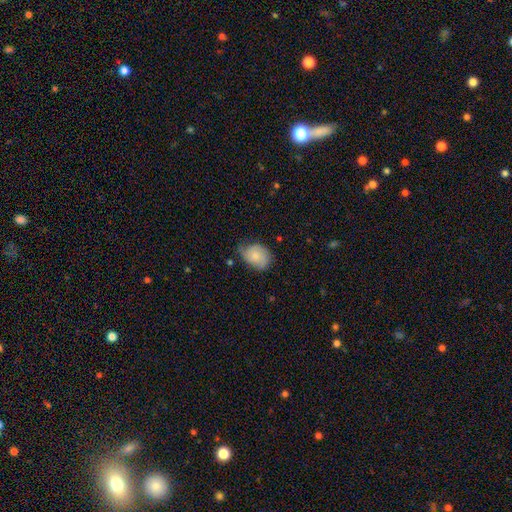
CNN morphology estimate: Smooth or featured: smooth — 68% (featured or disk — 25%)
How rounded: in between — 61% (round — 38%)
Merging: none — 48% (minor disturbance — 40%)